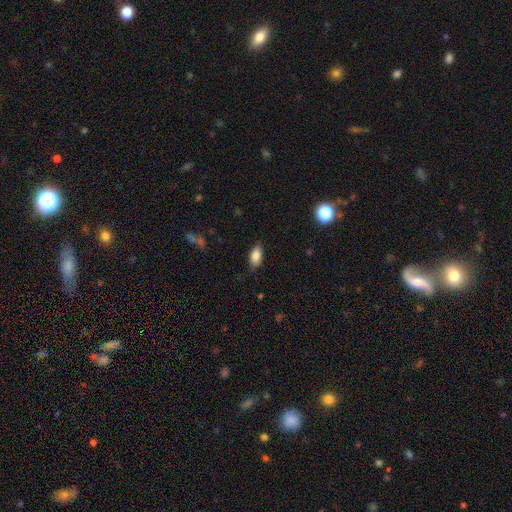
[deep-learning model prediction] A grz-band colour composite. It shows a smooth galaxy with no disk features (86%) that is in between round and cigar-shaped (91%). Merging: none (79%).